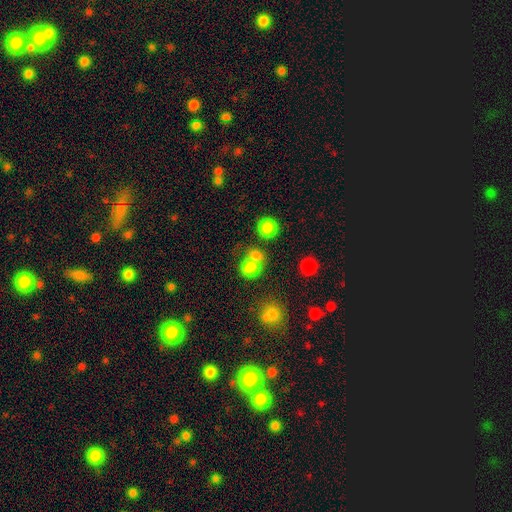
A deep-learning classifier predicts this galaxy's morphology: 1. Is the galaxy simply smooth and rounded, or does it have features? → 78% smooth, 13% star or artifact, 8% featured or disk.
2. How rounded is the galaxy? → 75% round, 24% in between, 1% cigar-shaped.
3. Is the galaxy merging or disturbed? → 49% none, 37% merger, 9% minor disturbance, 5% major disturbance.